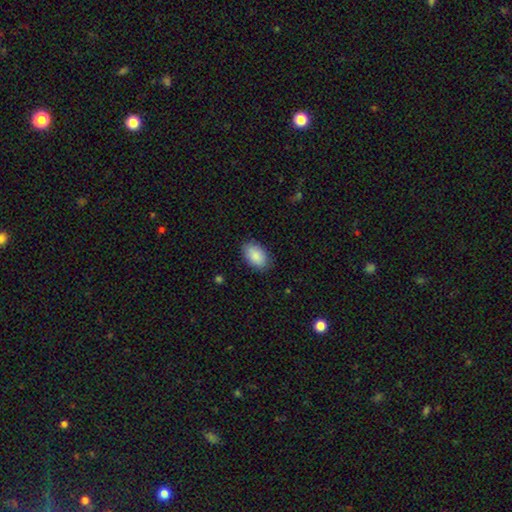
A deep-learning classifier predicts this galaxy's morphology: smooth_or_featured: smooth (p=0.89) [alt: star or artifact p=0.06]
how_rounded: in between (p=0.94) [alt: round p=0.05]
merging: none (p=0.86) [alt: minor disturbance p=0.11]